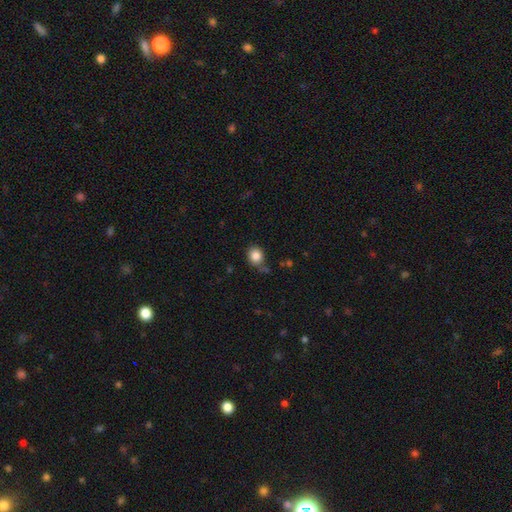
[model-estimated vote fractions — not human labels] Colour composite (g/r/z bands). It shows a smooth galaxy with no disk features (85%) that is round (74%). Merging: none (72%).